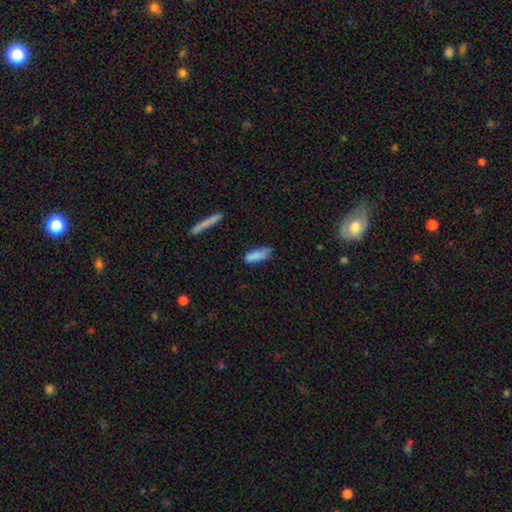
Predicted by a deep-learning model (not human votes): Smooth or featured? Predicted: smooth (p=0.83). How rounded? Predicted: cigar-shaped (p=0.50). Merging? Predicted: none (p=0.61).